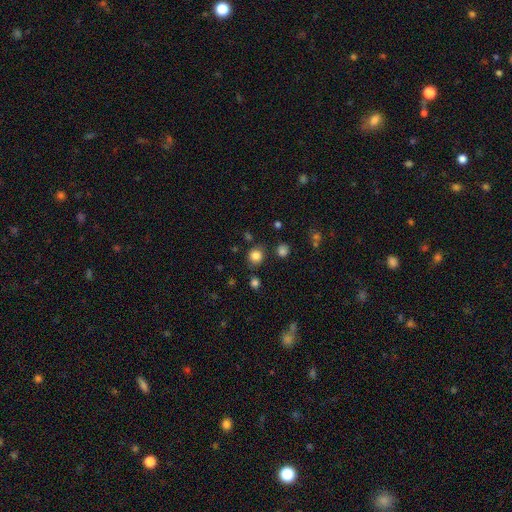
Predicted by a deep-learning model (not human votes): Smooth or featured? smooth (83%)
How rounded? round (87%)
Merging? none (83%)